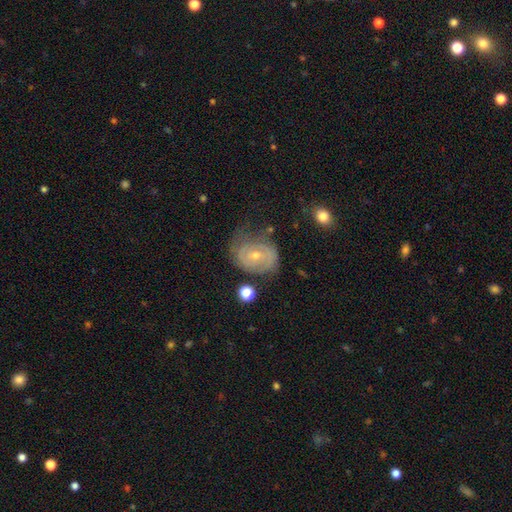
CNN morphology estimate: Q: Smooth or featured?
A: featured or disk (72%); runner-up: smooth (20%)
Q: Edge-on disk?
A: no (97%); runner-up: yes (3%)
Q: Bar?
A: no (58%); runner-up: weak (34%)
Q: Spiral arms?
A: yes (80%); runner-up: no (20%)
Q: Spiral winding?
A: tight (57%); runner-up: medium (31%)
Q: Spiral arm count?
A: 2 (46%); runner-up: can't tell (36%)
Q: Bulge size?
A: small (58%); runner-up: moderate (39%)
Q: Merging?
A: none (53%); runner-up: minor disturbance (28%)